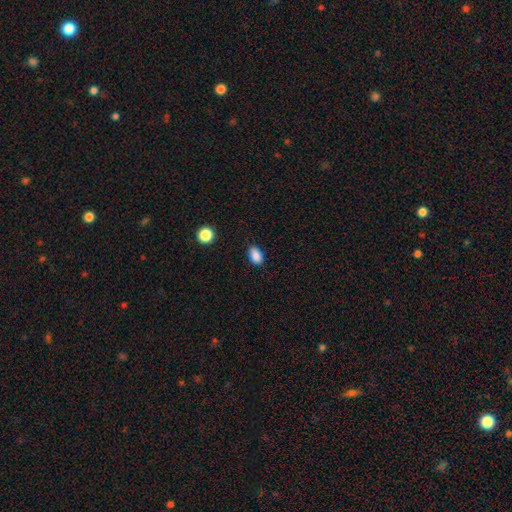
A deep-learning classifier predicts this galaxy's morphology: type=smooth (87%); roundness=in between (87%); merging=none (85%).